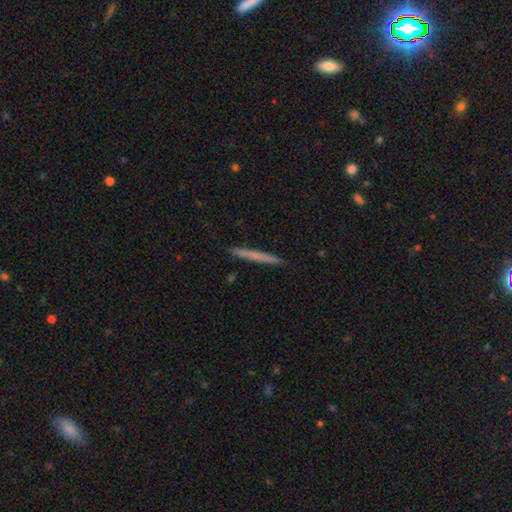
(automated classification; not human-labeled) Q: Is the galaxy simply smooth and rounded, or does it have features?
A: smooth — 59%.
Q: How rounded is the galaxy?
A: cigar-shaped — 97%.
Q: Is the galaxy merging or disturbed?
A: none — 91%.